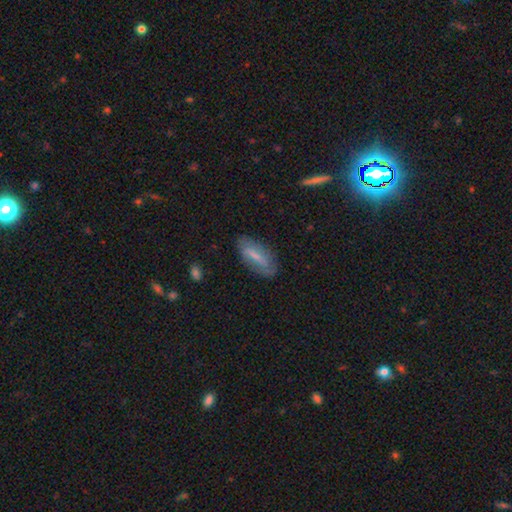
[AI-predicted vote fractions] This appears to be a smooth galaxy with no disk features (57%) that is in between round and cigar-shaped (65%). Merging: none (76%).